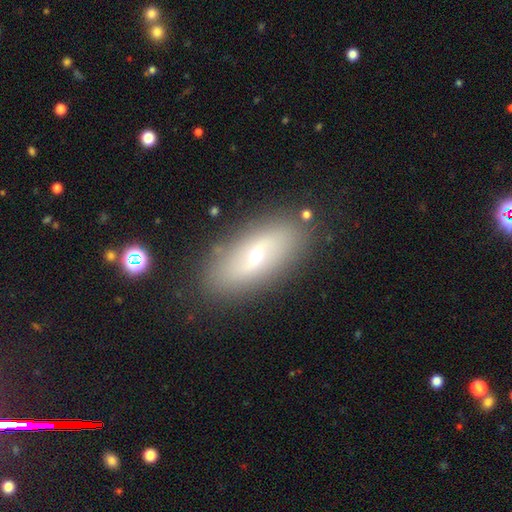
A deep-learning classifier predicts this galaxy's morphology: Q: Smooth or featured?
A: featured or disk (49%); runner-up: smooth (41%)
Q: Merging?
A: none (84%); runner-up: minor disturbance (10%)